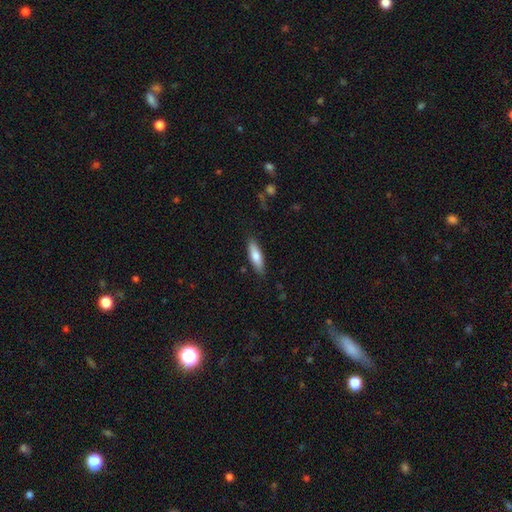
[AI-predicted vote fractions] Q: Smooth or featured?
A: smooth (75%); runner-up: featured or disk (20%)
Q: How rounded?
A: cigar-shaped (56%); runner-up: in between (42%)
Q: Merging?
A: none (84%); runner-up: minor disturbance (12%)